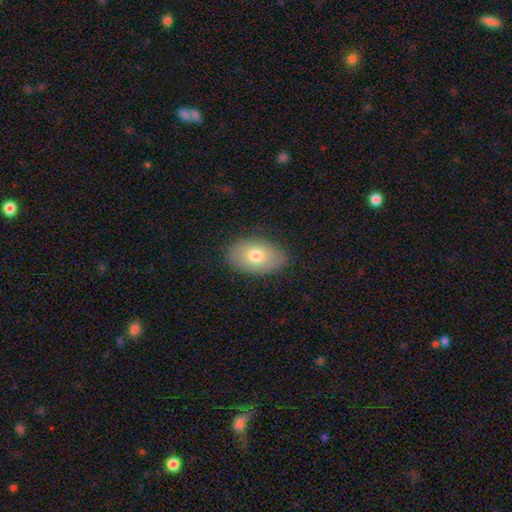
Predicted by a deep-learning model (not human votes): Smooth or featured?
  - smooth: 73% *
  - featured or disk: 20%
  - star or artifact: 7%
How rounded?
  - in between: 90% *
  - round: 8%
  - cigar-shaped: 1%
Merging?
  - none: 83% *
  - minor disturbance: 13%
  - major disturbance: 3%
  - merger: 1%